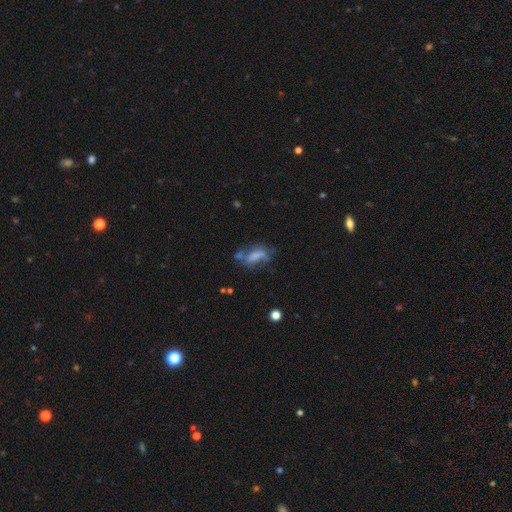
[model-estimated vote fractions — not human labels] This is possibly a smooth galaxy (54%). How rounded: likely in between (70%). Merging: marginally none (36%).